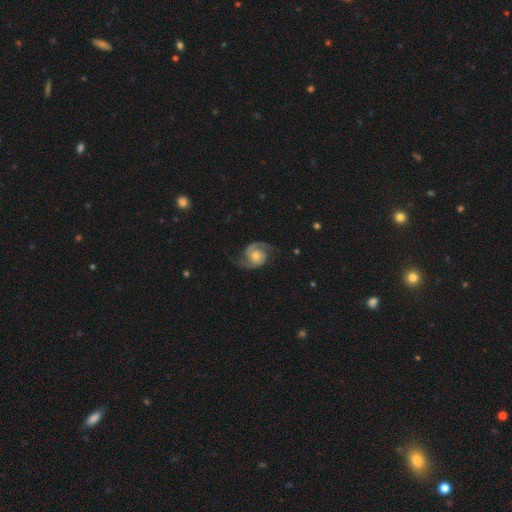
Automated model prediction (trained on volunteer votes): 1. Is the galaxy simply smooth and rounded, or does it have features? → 87% featured or disk, 8% smooth, 5% star or artifact.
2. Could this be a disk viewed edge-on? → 98% no, 2% yes.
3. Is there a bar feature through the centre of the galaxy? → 69% no, 26% weak, 5% strong.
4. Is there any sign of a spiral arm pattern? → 97% yes, 3% no.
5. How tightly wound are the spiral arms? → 52% medium, 25% tight, 24% loose.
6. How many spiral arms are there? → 92% 2, 3% can't tell, 2% 1, 1% 3, 1% 4, 1% more than 4.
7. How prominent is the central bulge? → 59% moderate, 31% small, 6% large, 2% none, 1% dominant.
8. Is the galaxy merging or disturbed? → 75% none, 16% minor disturbance, 8% major disturbance, 1% merger.